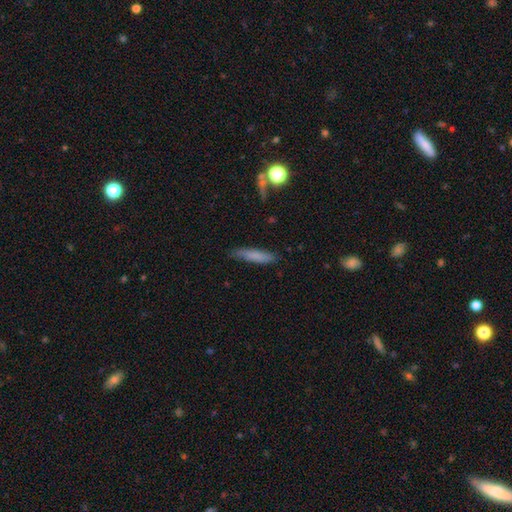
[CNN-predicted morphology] smooth 75%, featured or disk 17%, star or artifact 8%. Down the decision tree: how rounded — cigar-shaped (80%); merging — none (77%).